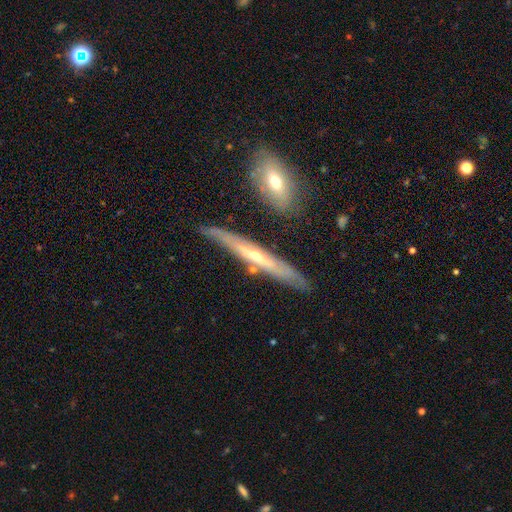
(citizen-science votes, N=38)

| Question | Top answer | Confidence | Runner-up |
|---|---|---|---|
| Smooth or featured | featured or disk | 74% | smooth (24%) |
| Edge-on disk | yes | 75% | no (25%) |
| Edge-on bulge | rounded | 71% | none (29%) |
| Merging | none | 78% | minor disturbance (8%) |